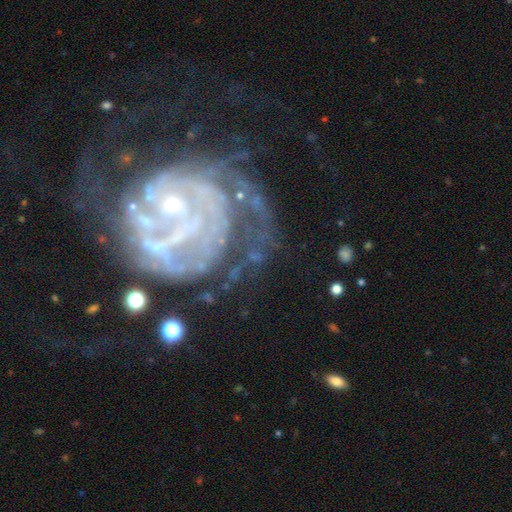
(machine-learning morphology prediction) A featured or disk galaxy (79%) with no bar (49%), tight (56%) spiral arms (85%) and a small central bulge (60%). Merging: none (53%).